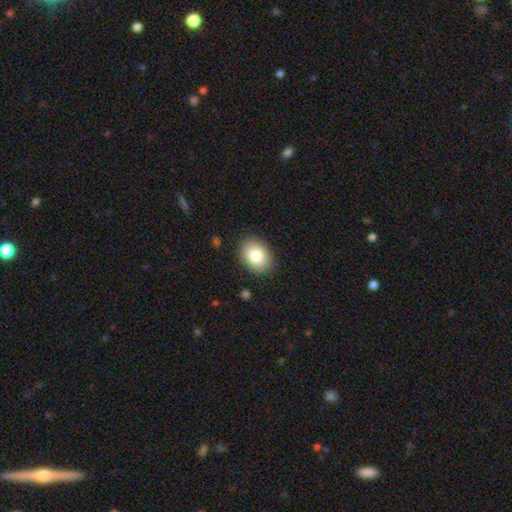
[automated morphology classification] Smooth or featured? smooth (84%)
How rounded? in between (71%)
Merging? none (87%)